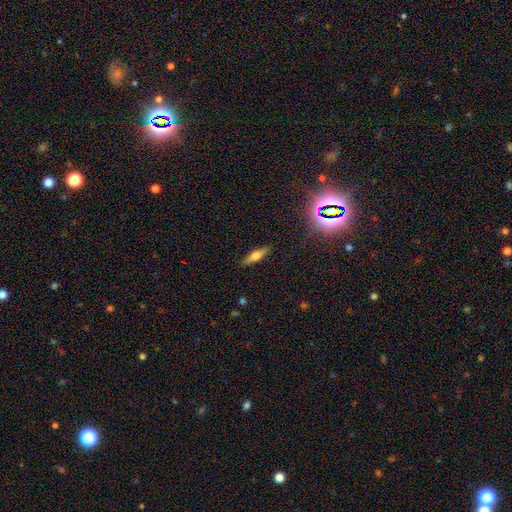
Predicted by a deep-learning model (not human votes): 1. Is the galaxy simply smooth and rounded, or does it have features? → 53% smooth, 38% featured or disk, 10% star or artifact.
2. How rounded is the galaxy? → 63% cigar-shaped, 34% in between, 3% round.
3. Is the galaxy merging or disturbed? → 87% none, 9% minor disturbance, 2% major disturbance, 1% merger.